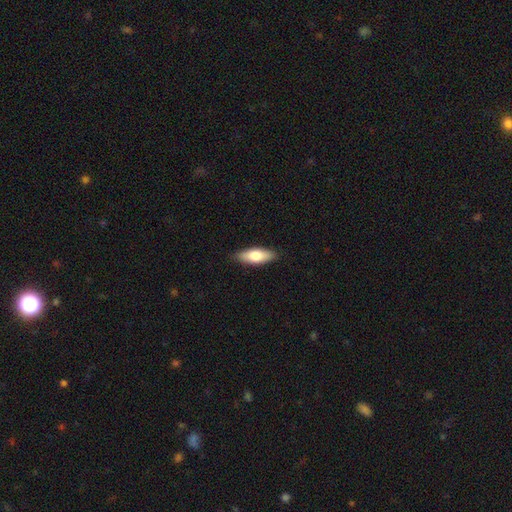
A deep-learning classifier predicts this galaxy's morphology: A smooth galaxy with no disk features (72%) that is in between round and cigar-shaped (68%). Merging: none (88%).